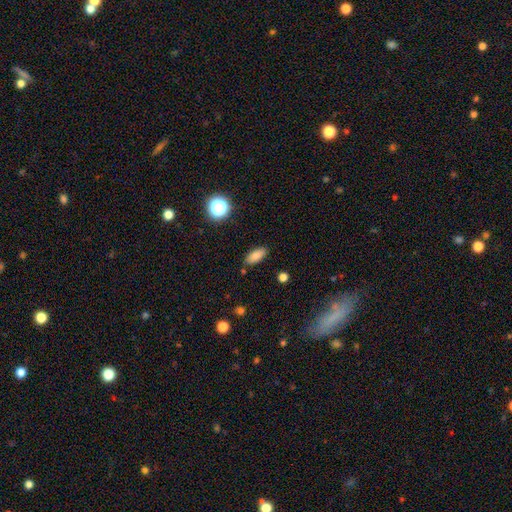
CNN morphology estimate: Q: Smooth or featured?
A: smooth (82%); runner-up: star or artifact (10%)
Q: How rounded?
A: in between (83%); runner-up: cigar-shaped (13%)
Q: Merging?
A: none (86%); runner-up: minor disturbance (10%)